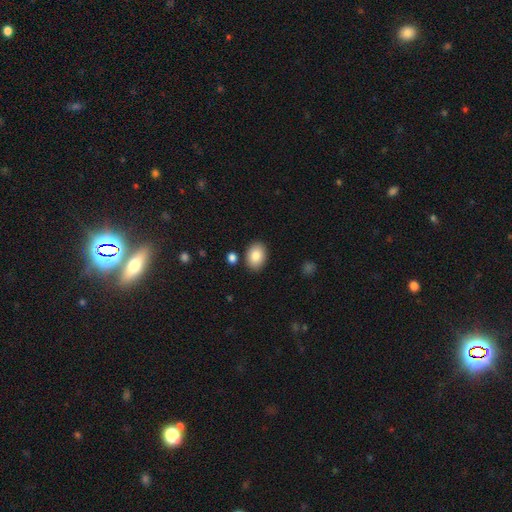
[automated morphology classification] The model was most divided on "how rounded": in between: 78%, round: 21%, cigar-shaped: 1%. More confident: smooth or featured — smooth (85%); merging — none (85%).